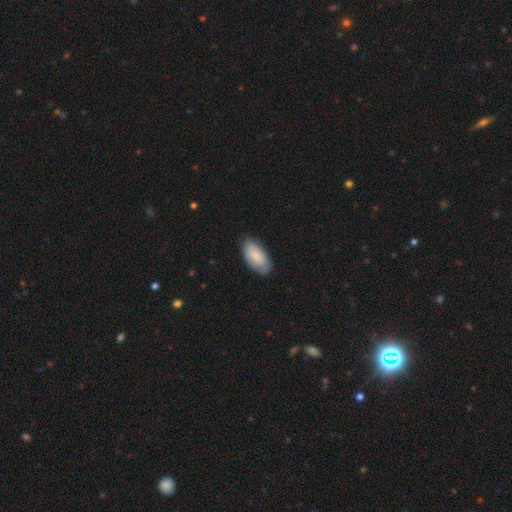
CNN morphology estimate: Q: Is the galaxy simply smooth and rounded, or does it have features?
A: smooth — 80%.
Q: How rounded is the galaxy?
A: in between — 94%.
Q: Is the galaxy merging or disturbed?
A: none — 77%.